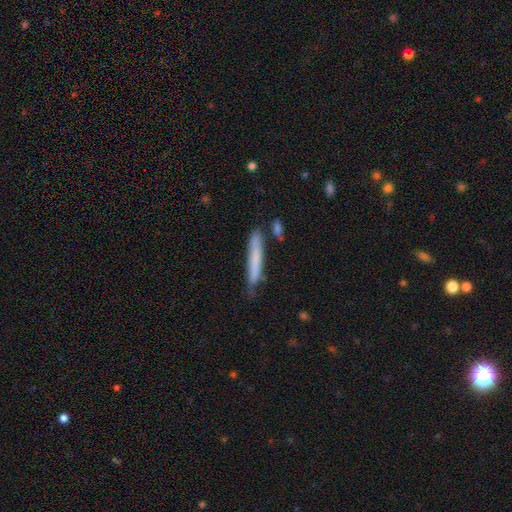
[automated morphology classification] smooth 70%, featured or disk 23%, star or artifact 6%. Down the decision tree: how rounded — cigar-shaped (95%); merging — none (71%).